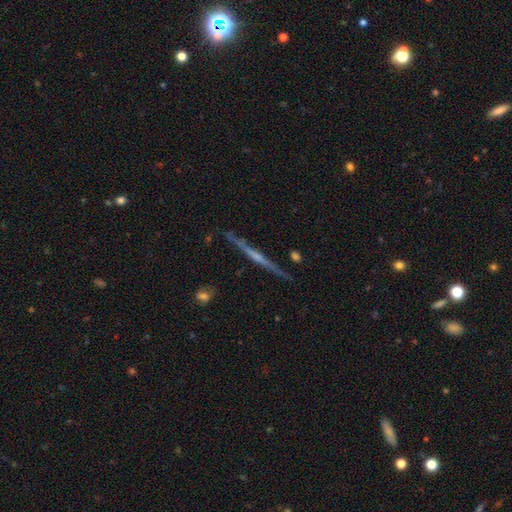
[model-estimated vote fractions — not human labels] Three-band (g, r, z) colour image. It shows a featured or disk galaxy (75%) viewed edge-on (98%) with no central bulge (48%). Merging: none (88%).